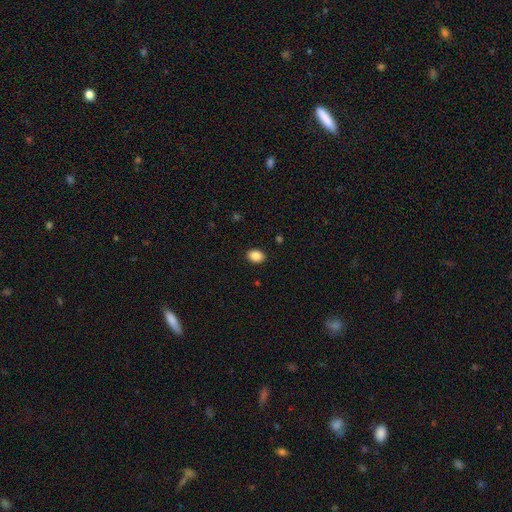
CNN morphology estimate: type=smooth (88%); roundness=in between (69%); merging=none (90%).